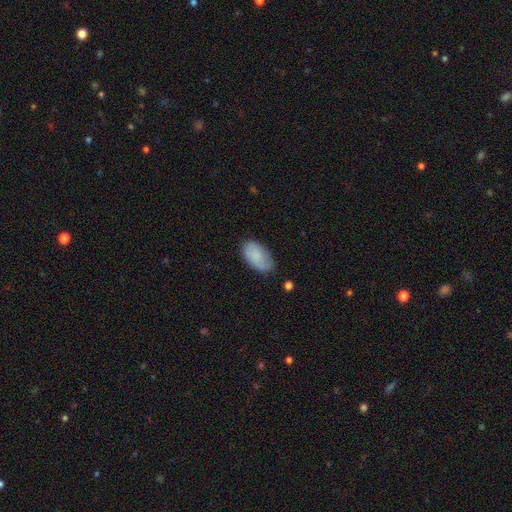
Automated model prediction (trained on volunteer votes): Smooth or featured: smooth — 80% (featured or disk — 14%)
How rounded: in between — 95% (round — 4%)
Merging: none — 66% (minor disturbance — 26%)